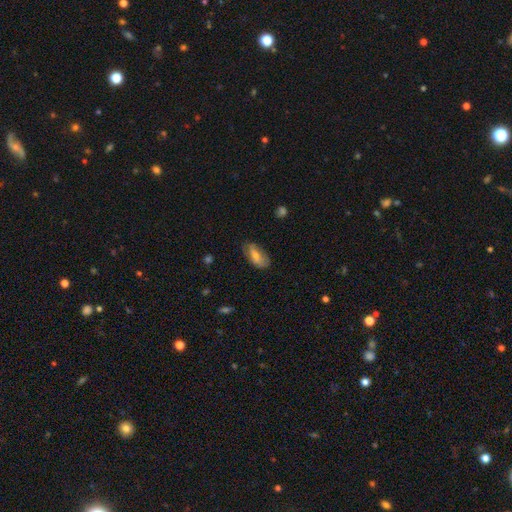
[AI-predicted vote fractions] Morphology: type=smooth (58%); roundness=in between (86%); merging=none (74%).